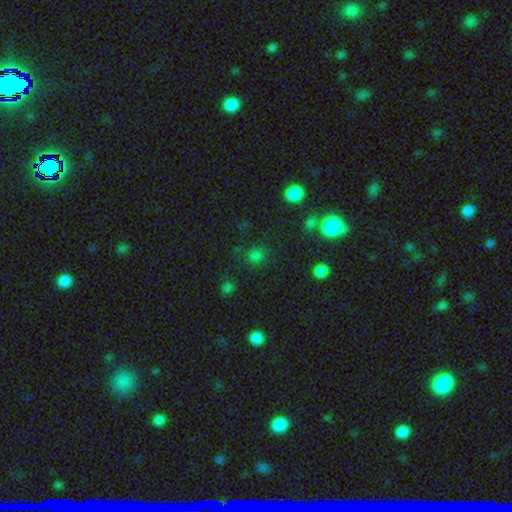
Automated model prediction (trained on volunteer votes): The model was most divided on "smooth or featured": smooth: 70%, star or artifact: 25%, featured or disk: 5%. More confident: how rounded — round (76%); merging — none (75%).